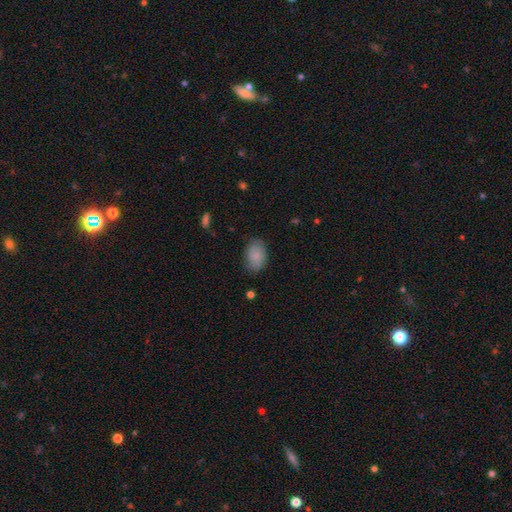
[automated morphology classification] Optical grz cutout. It shows a smooth galaxy with no disk features (84%) that is in between round and cigar-shaped (88%). Merging: none (79%).